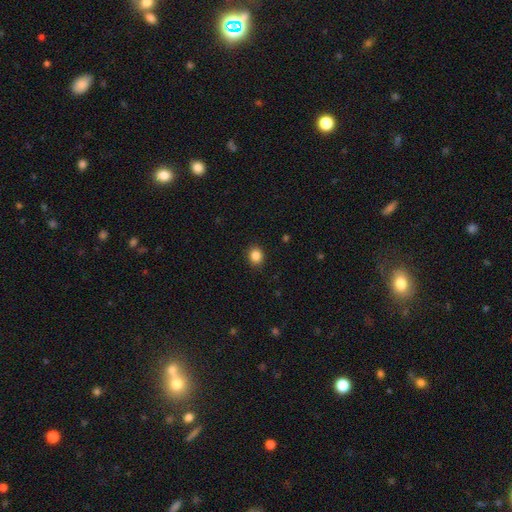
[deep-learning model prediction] This is clearly a smooth galaxy (86%). How rounded: likely round (74%). Merging: clearly none (90%).